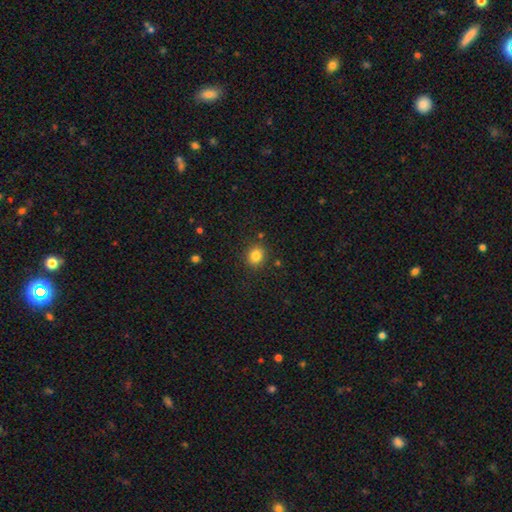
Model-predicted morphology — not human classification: Overall: smooth (83%). How rounded: round (72%). Merging: none (86%).